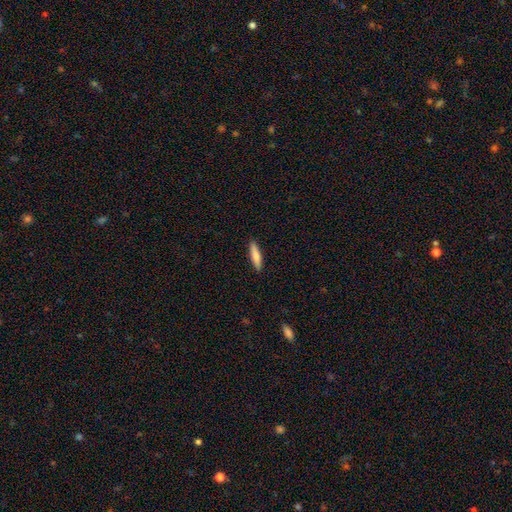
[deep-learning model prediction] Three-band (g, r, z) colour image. It shows a smooth galaxy with no disk features (79%) that is cigar-shaped (81%). Merging: none (90%).